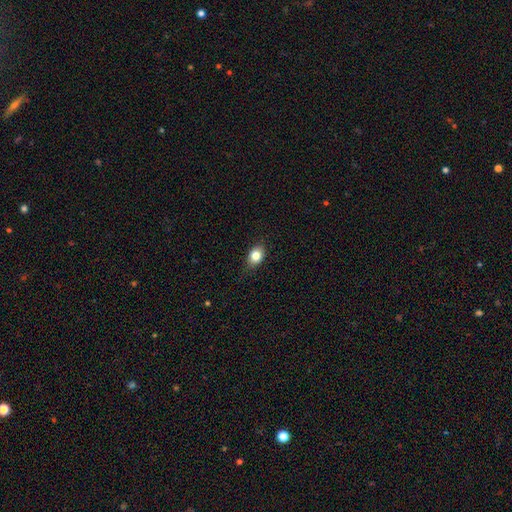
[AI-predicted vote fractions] This is clearly a smooth galaxy (81%). How rounded: likely in between (69%). Merging: clearly none (81%).